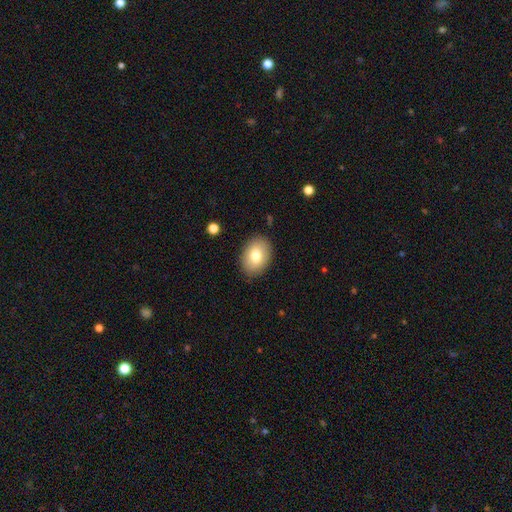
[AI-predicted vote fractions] Smooth or featured: smooth — 78% (featured or disk — 14%)
How rounded: in between — 80% (round — 19%)
Merging: none — 87% (minor disturbance — 9%)